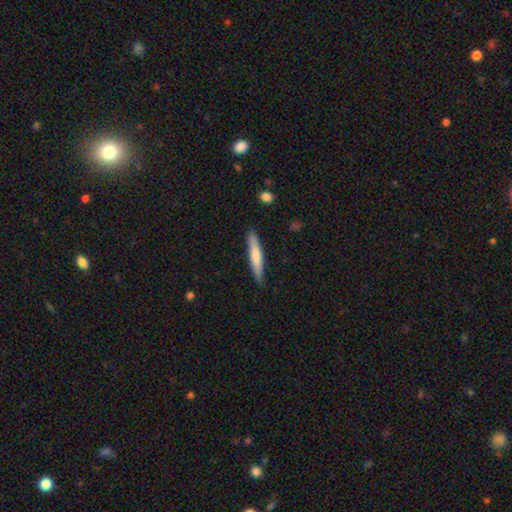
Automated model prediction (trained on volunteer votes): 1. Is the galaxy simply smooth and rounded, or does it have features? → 64% smooth, 31% featured or disk, 5% star or artifact.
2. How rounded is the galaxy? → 92% cigar-shaped, 7% in between, 1% round.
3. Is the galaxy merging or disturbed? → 87% none, 10% minor disturbance, 2% major disturbance, 1% merger.